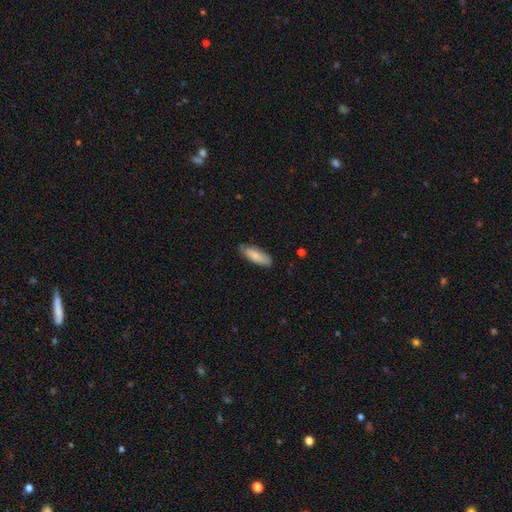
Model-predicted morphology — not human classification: Overall: smooth (74%). How rounded: in between (69%). Merging: none (74%).